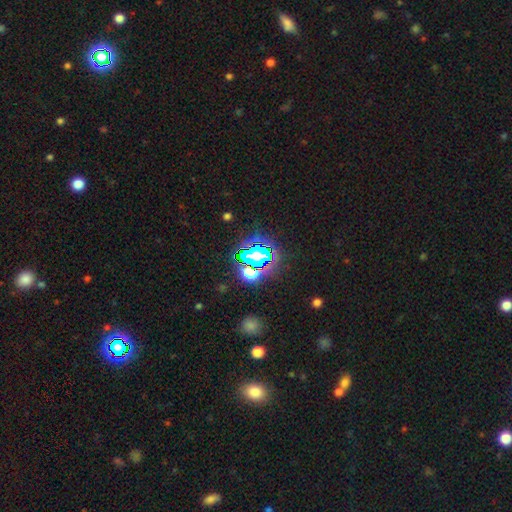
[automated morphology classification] smooth-or-featured: star or artifact: 66% | smooth: 23% | featured or disk: 11%